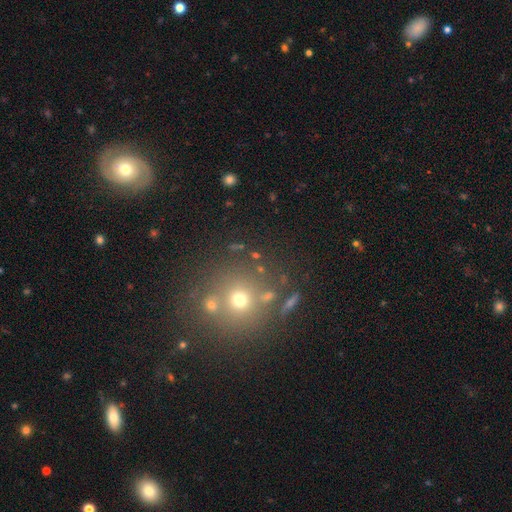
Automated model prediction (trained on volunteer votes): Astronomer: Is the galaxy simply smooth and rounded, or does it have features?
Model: smooth — 54% (runner-up: star or artifact, 33%).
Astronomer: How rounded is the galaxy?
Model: round — 86%.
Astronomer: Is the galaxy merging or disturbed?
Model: none — 71%.